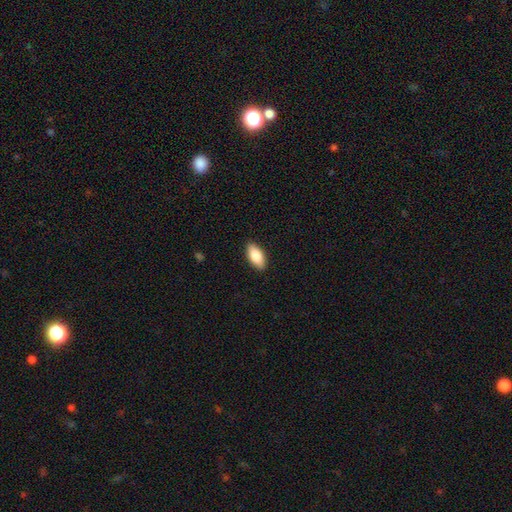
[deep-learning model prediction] Smooth or featured? Predicted: smooth (p=0.82). How rounded? Predicted: in between (p=0.90). Merging? Predicted: none (p=0.90).